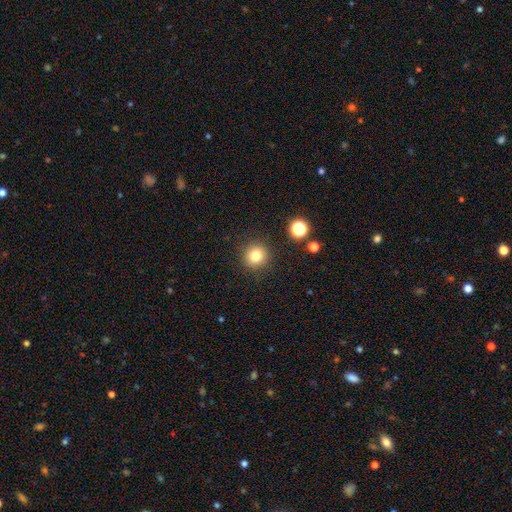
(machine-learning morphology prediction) A smooth galaxy with no disk features (80%) that is round (93%). Merging: none (89%).